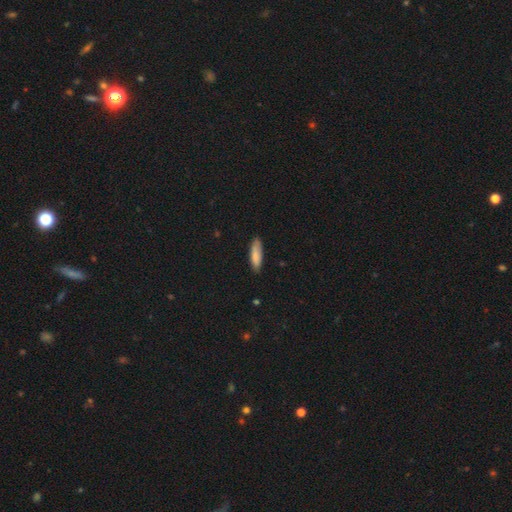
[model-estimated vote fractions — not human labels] Morphology: type=smooth (84%); roundness=cigar-shaped (57%); merging=none (83%).